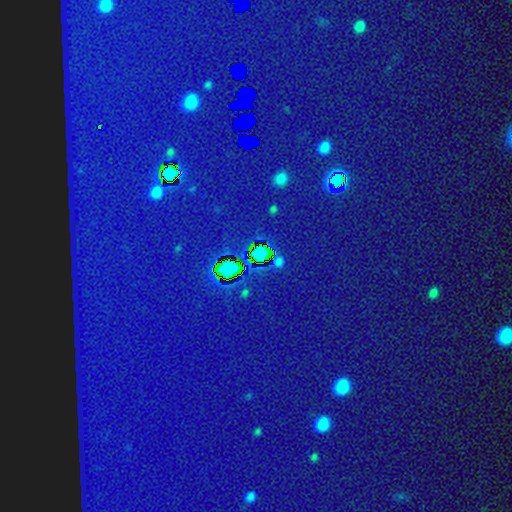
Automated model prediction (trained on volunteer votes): This appears to be a star or artifact, not a galaxy (83%).